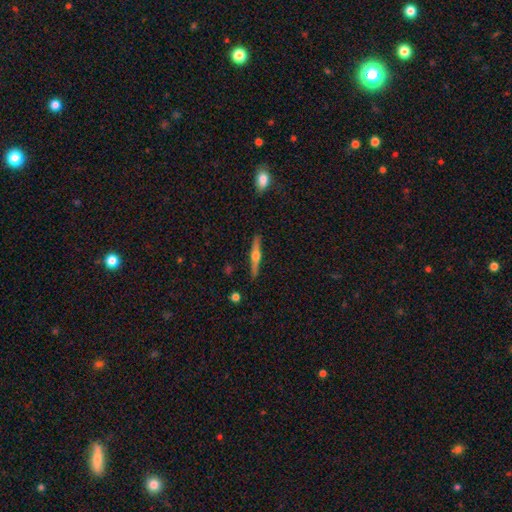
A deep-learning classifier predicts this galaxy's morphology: Smooth or featured? Predicted: featured or disk (p=0.68). Edge-on disk? Predicted: yes (p=0.97). Edge-on bulge? Predicted: rounded (p=0.94). Merging? Predicted: none (p=0.89).